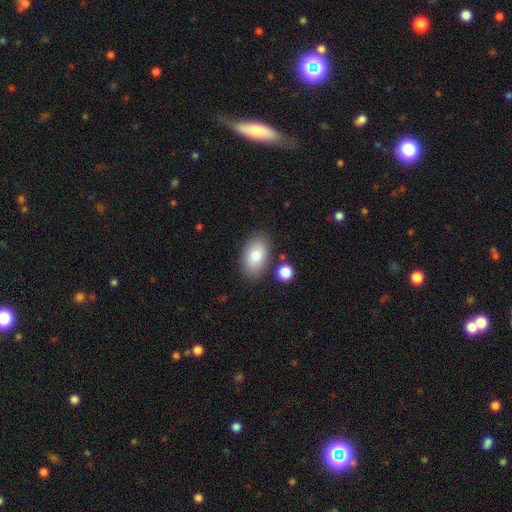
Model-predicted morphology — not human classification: Overall: smooth (82%). How rounded: in between (92%). Merging: none (82%).